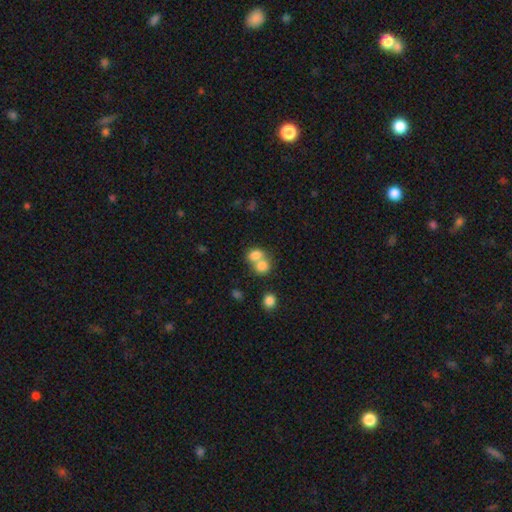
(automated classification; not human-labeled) A smooth galaxy with no disk features (77%) that is round (50%).

Vote fractions:
- Smooth or featured? smooth: 77% / featured or disk: 13% / star or artifact: 10%
- How rounded? round: 50% / in between: 48% / cigar-shaped: 1%
- Merging? merger: 64% / none: 27% / minor disturbance: 6% / major disturbance: 3%